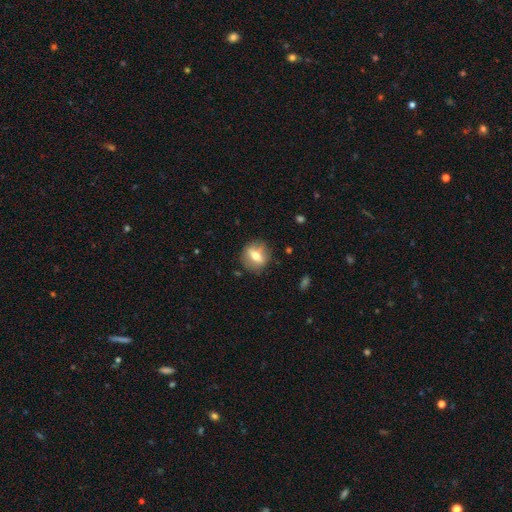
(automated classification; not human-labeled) A smooth galaxy with no disk features (51%) that is round (64%).

Vote fractions:
- Smooth or featured? smooth: 51% / featured or disk: 41% / star or artifact: 8%
- How rounded? round: 64% / in between: 31% / cigar-shaped: 5%
- Merging? none: 83% / minor disturbance: 11% / major disturbance: 4% / merger: 2%